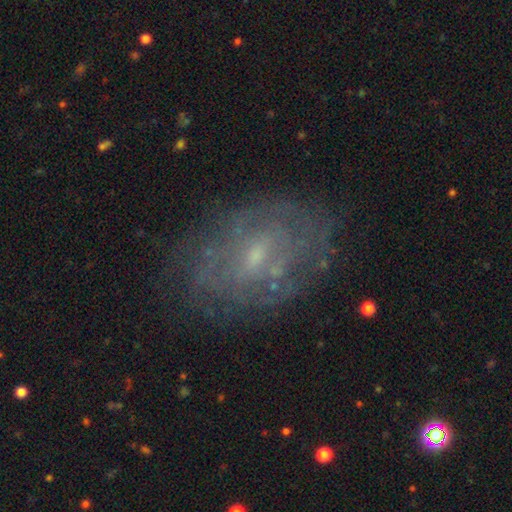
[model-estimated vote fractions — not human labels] Smooth or featured: featured or disk — 69% (smooth — 22%)
Edge-on disk: no — 95% (yes — 5%)
Bar: no — 45% (tied with weak — 45%)
Spiral arms: yes — 53% (no — 47%)
Bulge size: small — 63% (moderate — 26%)
Merging: none — 69% (minor disturbance — 19%)